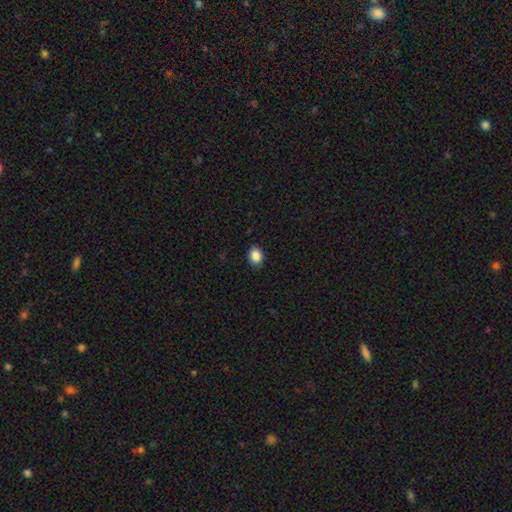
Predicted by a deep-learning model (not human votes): smooth-or-featured: smooth: 88% | star or artifact: 9% | featured or disk: 4%
  how-rounded: in between: 58% | round: 41% | cigar-shaped: 1%
  merging: none: 87% | minor disturbance: 10% | major disturbance: 2% | merger: 1%